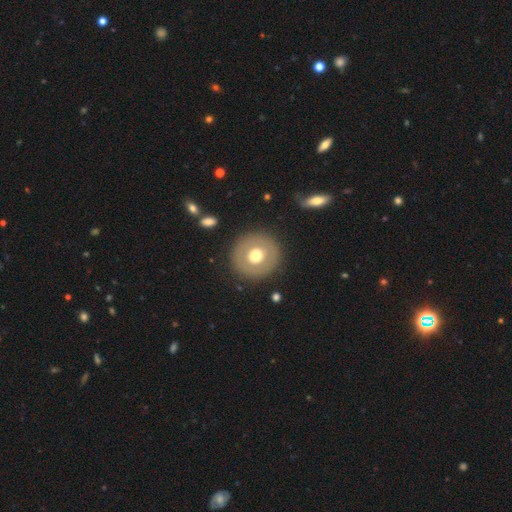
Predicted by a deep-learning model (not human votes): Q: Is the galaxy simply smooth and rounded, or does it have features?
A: smooth — 57%.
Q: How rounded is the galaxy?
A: round — 93%.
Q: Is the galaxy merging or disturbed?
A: none — 88%.